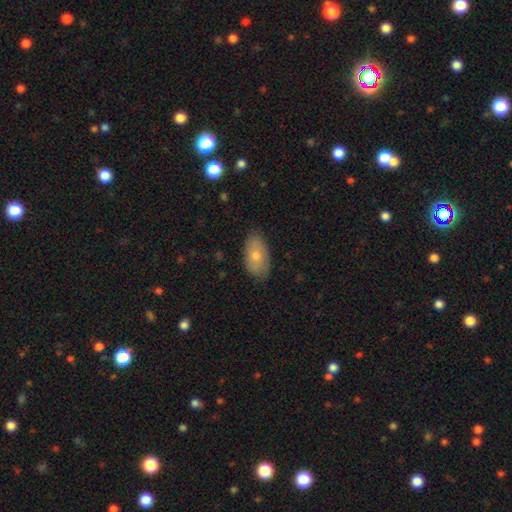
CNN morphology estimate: Q: Smooth or featured?
A: smooth (69%); runner-up: featured or disk (23%)
Q: How rounded?
A: in between (93%); runner-up: round (4%)
Q: Merging?
A: none (83%); runner-up: minor disturbance (13%)